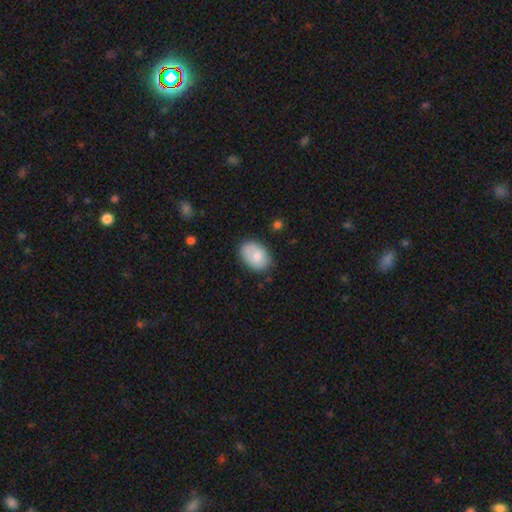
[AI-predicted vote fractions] Overall: smooth (79%). How rounded: in between (84%). Merging: none (72%).